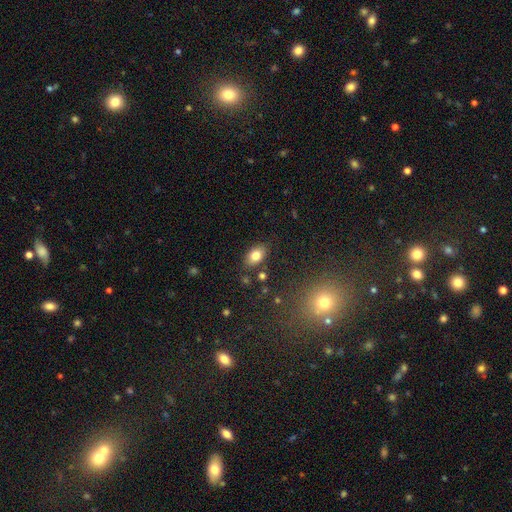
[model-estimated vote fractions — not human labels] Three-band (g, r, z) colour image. It shows a smooth galaxy with no disk features (81%) that is in between round and cigar-shaped (88%). Merging: none (82%).